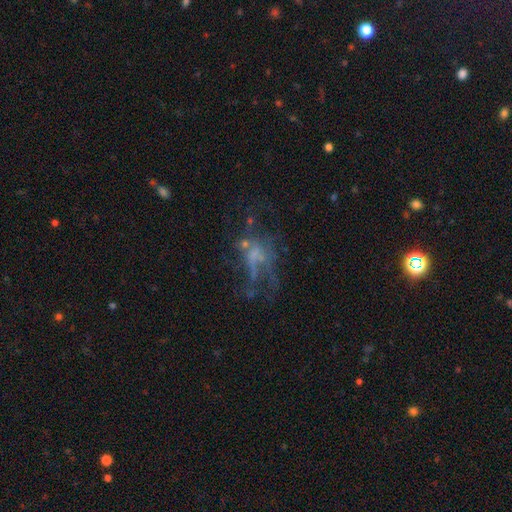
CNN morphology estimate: smooth_or_featured: featured or disk (p=0.56) [alt: star or artifact p=0.24]
disk_edge_on: no (p=0.96) [alt: yes p=0.04]
bar: no (p=0.81) [alt: weak p=0.15]
has_spiral_arms: no (p=0.76) [alt: yes p=0.24]
bulge_size: none (p=0.67) [alt: small p=0.19]
merging: major disturbance (p=0.46) [alt: none p=0.32]